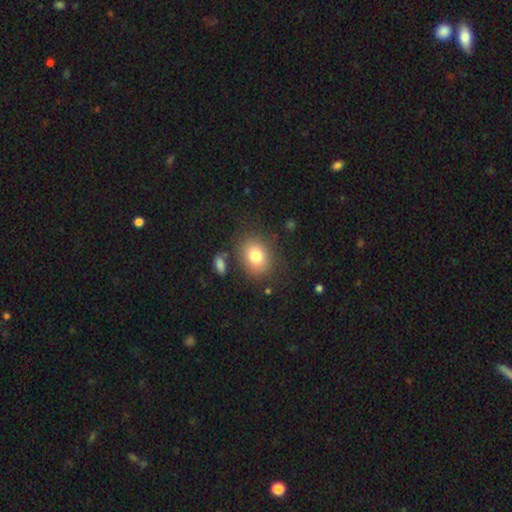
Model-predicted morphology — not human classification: type=smooth (78%); roundness=in between (50%); merging=none (80%).